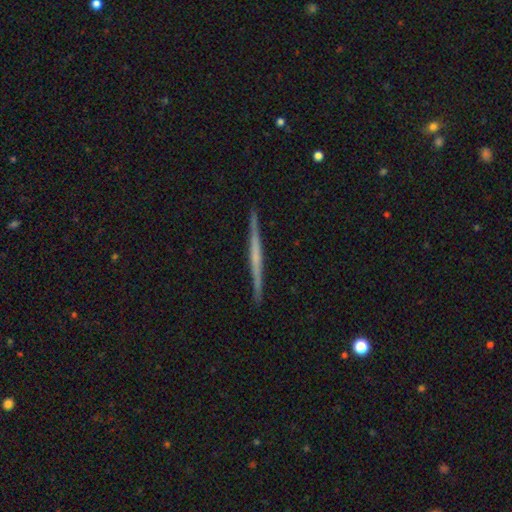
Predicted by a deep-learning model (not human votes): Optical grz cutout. It shows a featured or disk galaxy (65%) viewed edge-on (98%) with no central bulge (76%). Merging: none (92%).